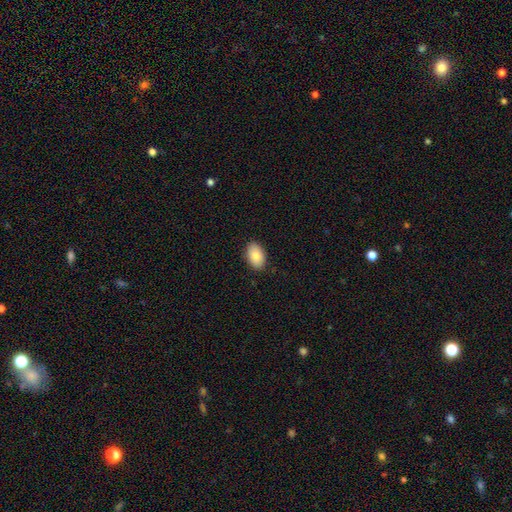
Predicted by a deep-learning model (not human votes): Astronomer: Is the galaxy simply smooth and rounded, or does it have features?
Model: smooth — 85%.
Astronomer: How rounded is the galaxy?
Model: in between — 92%.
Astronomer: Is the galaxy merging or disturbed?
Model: none — 89%.